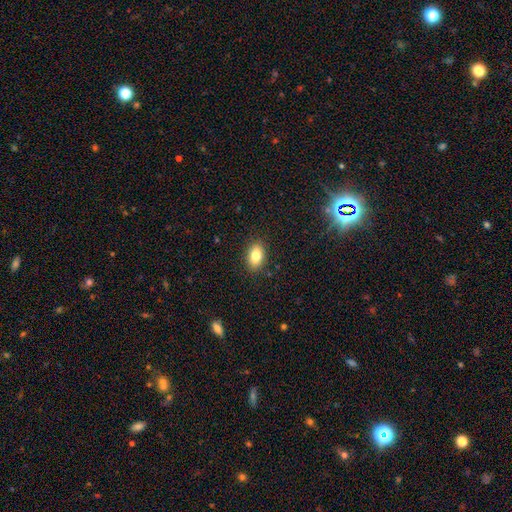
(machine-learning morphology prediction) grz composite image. It shows a smooth galaxy with no disk features (82%) that is in between round and cigar-shaped (88%). Merging: none (88%).